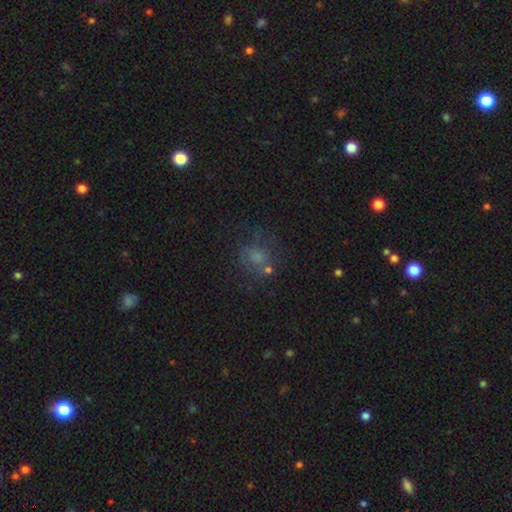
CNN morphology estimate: A smooth galaxy with no disk features (50%). Merging: none (55%).